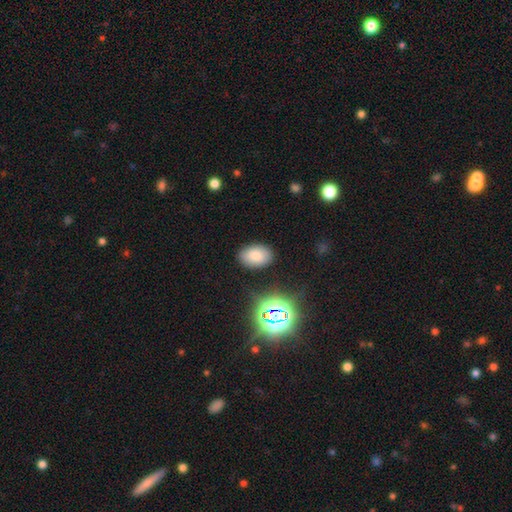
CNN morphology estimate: Smooth or featured? smooth (77%)
How rounded? in between (86%)
Merging? none (85%)